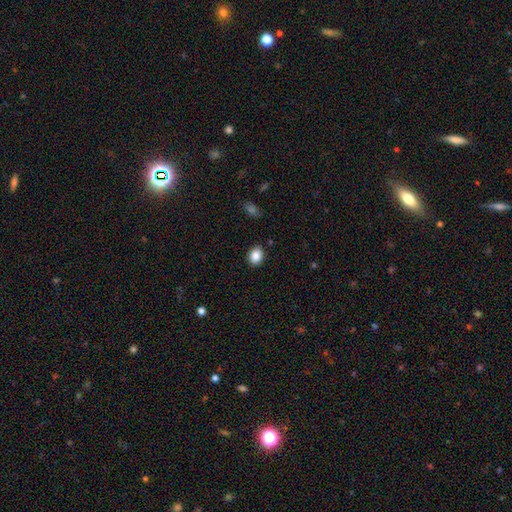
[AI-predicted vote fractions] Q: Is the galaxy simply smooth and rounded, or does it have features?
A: smooth — 87%.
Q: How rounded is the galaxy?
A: in between — 57%.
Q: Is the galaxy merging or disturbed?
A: none — 88%.